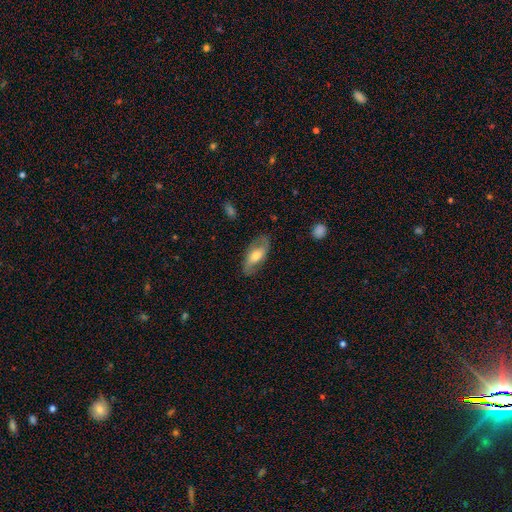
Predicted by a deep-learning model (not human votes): smooth_or_featured: featured or disk (p=0.52) [alt: smooth p=0.42]
disk_edge_on: no (p=0.86) [alt: yes p=0.14]
merging: none (p=0.77) [alt: minor disturbance p=0.16]